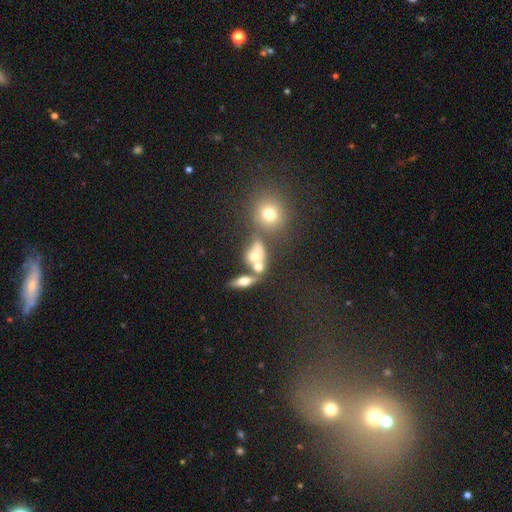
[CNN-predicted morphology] A smooth galaxy with no disk features (48%).

Vote fractions:
- Smooth or featured? smooth: 48% / featured or disk: 32% / star or artifact: 20%
- Merging? none: 41% / merger: 40% / minor disturbance: 11% / major disturbance: 8%